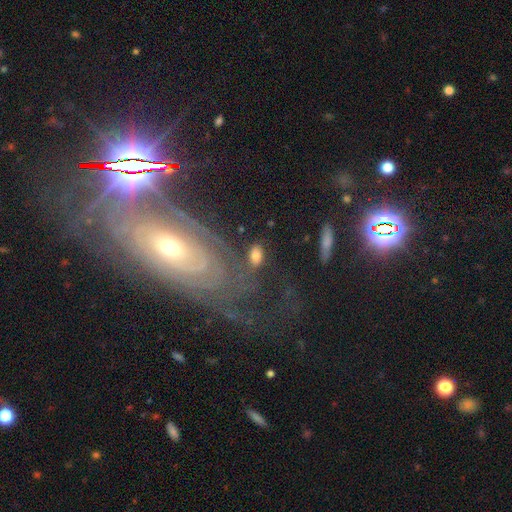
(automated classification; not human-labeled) Smooth or featured? smooth (66%)
How rounded? in between (88%)
Merging? none (71%)